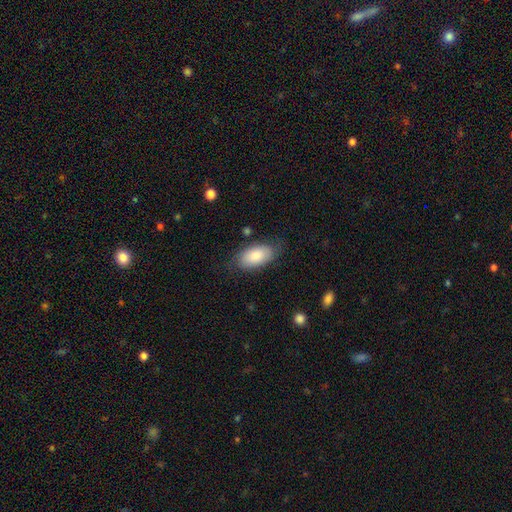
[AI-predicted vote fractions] smooth_or_featured: smooth (p=0.80) [alt: featured or disk p=0.14]
how_rounded: in between (p=0.94) [alt: round p=0.03]
merging: none (p=0.74) [alt: minor disturbance p=0.19]